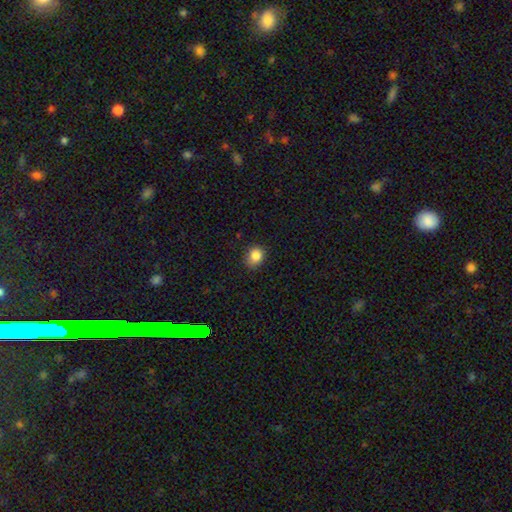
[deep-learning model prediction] smooth_or_featured: smooth (p=0.85) [alt: star or artifact p=0.11]
how_rounded: round (p=0.64) [alt: in between p=0.35]
merging: none (p=0.81) [alt: minor disturbance p=0.15]